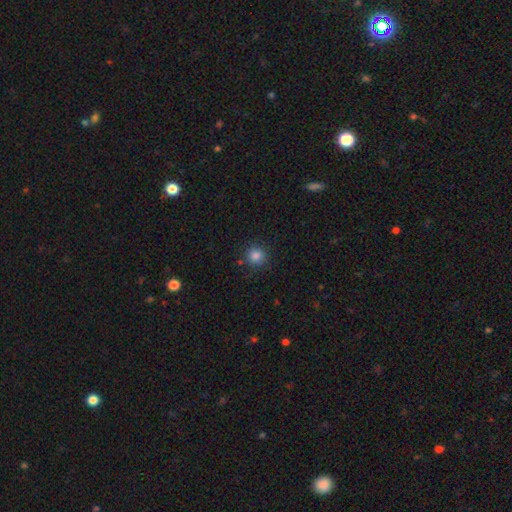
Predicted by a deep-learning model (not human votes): smooth-or-featured: smooth: 83% | star or artifact: 12% | featured or disk: 5%
  how-rounded: round: 93% | in between: 6% | cigar-shaped: 1%
  merging: none: 85% | minor disturbance: 9% | major disturbance: 3% | merger: 3%